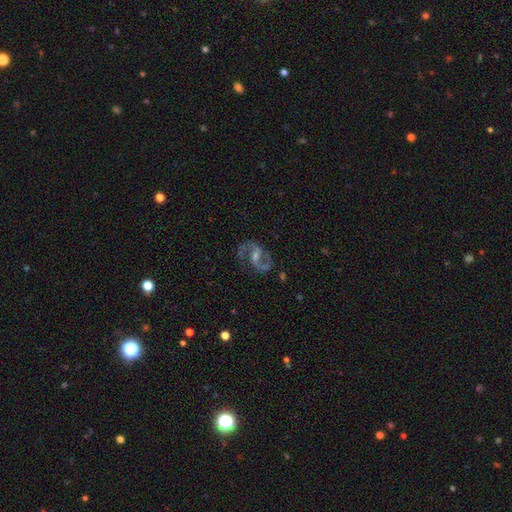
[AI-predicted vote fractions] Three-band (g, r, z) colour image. It shows a featured or disk galaxy (89%) with a weak bar (49%), 2 (93%) medium (61%) spiral arms (97%) and a moderate central bulge (43%). Merging: none (80%).